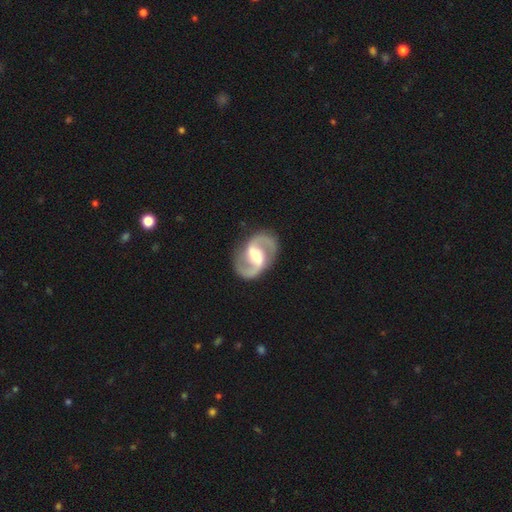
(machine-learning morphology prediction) type=featured or disk (92%); edge-on=no (98%); bar=strong (44%); spiral arms=yes (97%); winding=medium (60%); arm count=2 (95%); bulge=moderate (53%); merging=none (87%).